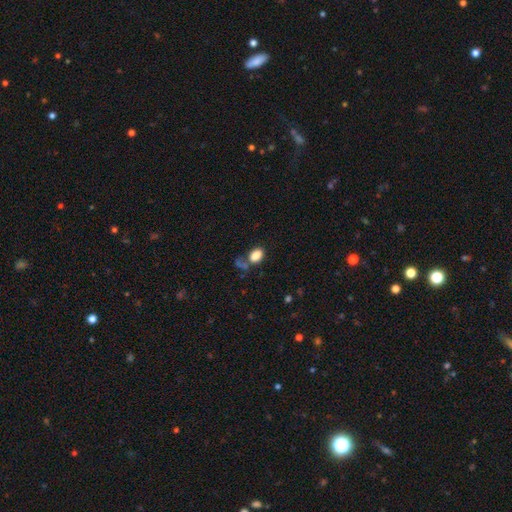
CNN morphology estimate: Smooth or featured: smooth — 84% (star or artifact — 10%)
How rounded: in between — 86% (round — 12%)
Merging: none — 50% (merger — 21%)